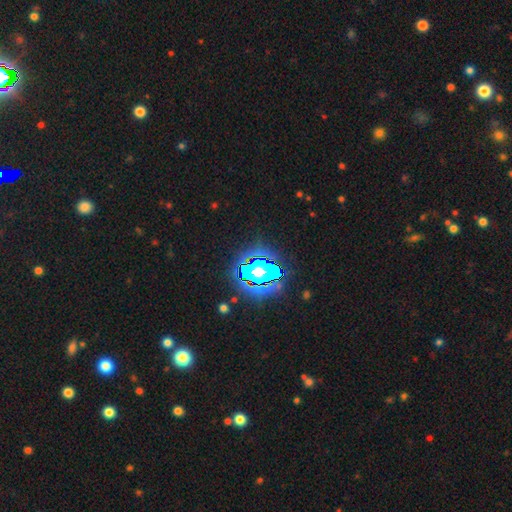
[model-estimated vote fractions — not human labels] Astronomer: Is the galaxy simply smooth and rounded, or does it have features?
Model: star or artifact — 85%.